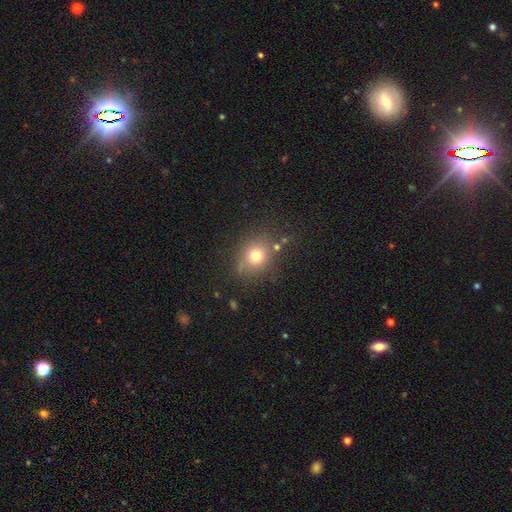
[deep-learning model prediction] Smooth or featured: smooth — 72% (star or artifact — 16%)
How rounded: round — 66% (in between — 33%)
Merging: none — 75% (minor disturbance — 15%)